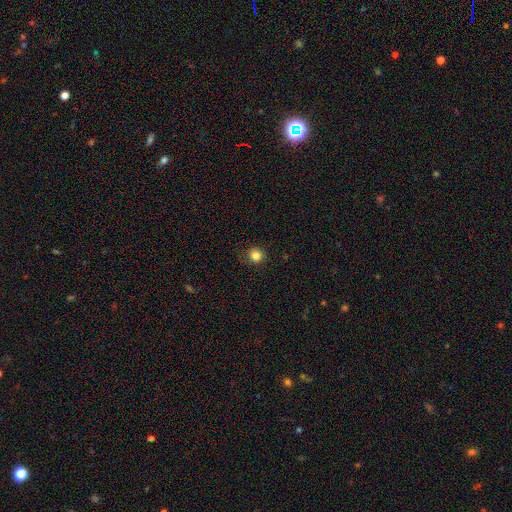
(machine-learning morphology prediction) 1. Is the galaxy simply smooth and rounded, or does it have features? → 83% smooth, 12% star or artifact, 5% featured or disk.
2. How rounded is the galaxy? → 91% round, 8% in between, 1% cigar-shaped.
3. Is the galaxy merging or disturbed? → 86% none, 10% minor disturbance, 3% major disturbance, 1% merger.